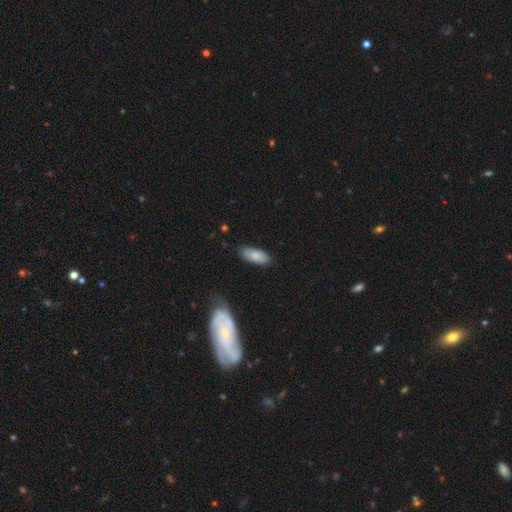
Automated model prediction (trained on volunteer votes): Smooth or featured?
  - smooth: 81% *
  - featured or disk: 13%
  - star or artifact: 6%
How rounded?
  - in between: 79% *
  - cigar-shaped: 19%
  - round: 2%
Merging?
  - none: 77% *
  - minor disturbance: 18%
  - major disturbance: 3%
  - merger: 2%